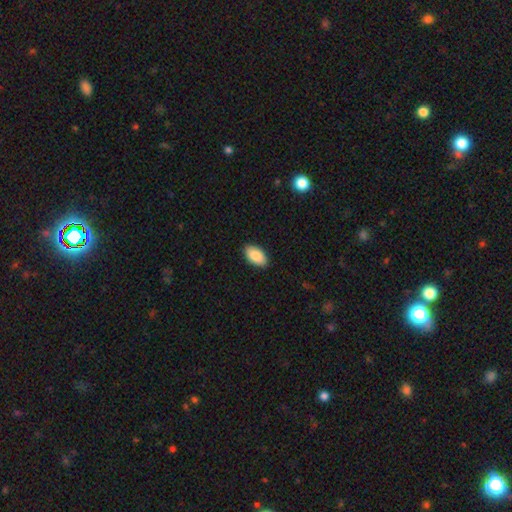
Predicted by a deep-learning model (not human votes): Smooth or featured: smooth — 88% (star or artifact — 6%)
How rounded: in between — 95% (round — 3%)
Merging: none — 89% (minor disturbance — 8%)